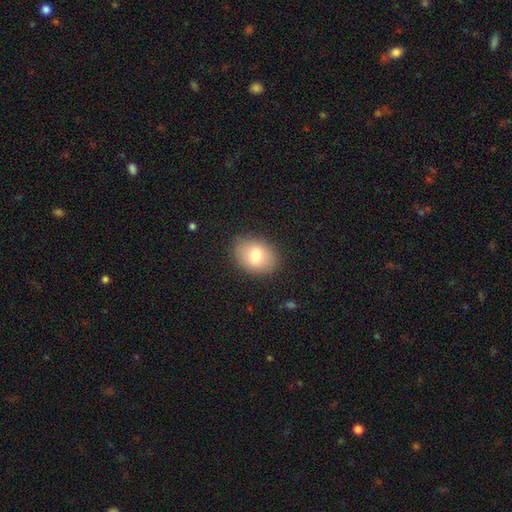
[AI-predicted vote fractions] Morphology: type=smooth (78%); roundness=in between (70%); merging=none (86%).